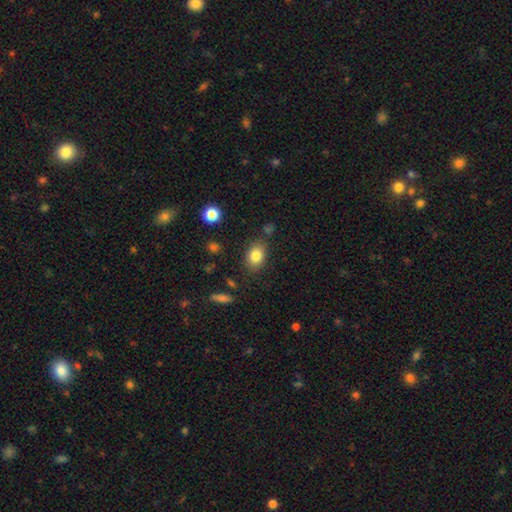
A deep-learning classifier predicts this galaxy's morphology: Smooth or featured? Predicted: smooth (p=0.82). How rounded? Predicted: in between (p=0.76). Merging? Predicted: none (p=0.79).